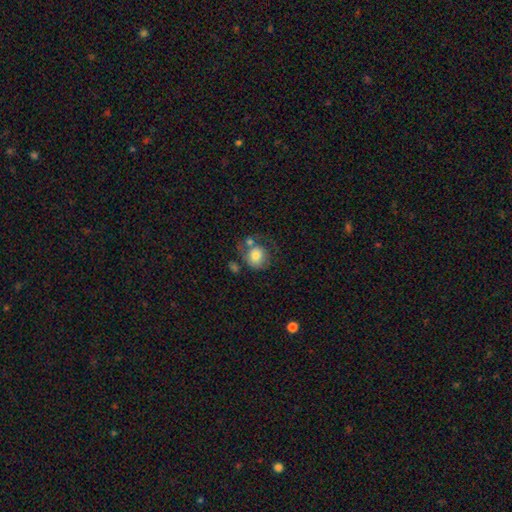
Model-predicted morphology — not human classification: Q: Smooth or featured?
A: smooth (72%); runner-up: featured or disk (21%)
Q: How rounded?
A: round (76%); runner-up: in between (23%)
Q: Merging?
A: none (36%); runner-up: major disturbance (22%)